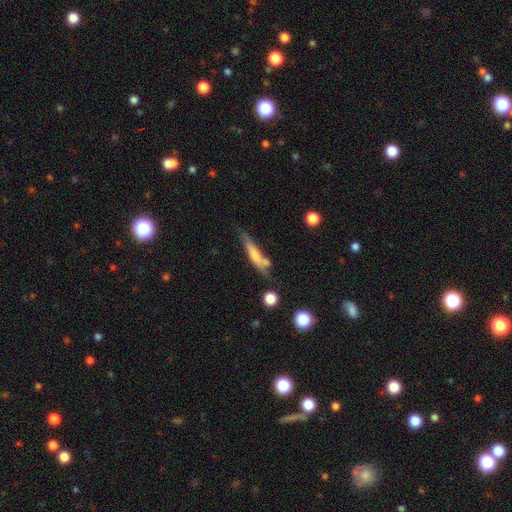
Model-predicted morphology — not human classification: smooth-or-featured: smooth: 55% | featured or disk: 38% | star or artifact: 7%
  how-rounded: cigar-shaped: 83% | in between: 14% | round: 2%
  merging: none: 47% | minor disturbance: 25% | merger: 17% | major disturbance: 10%